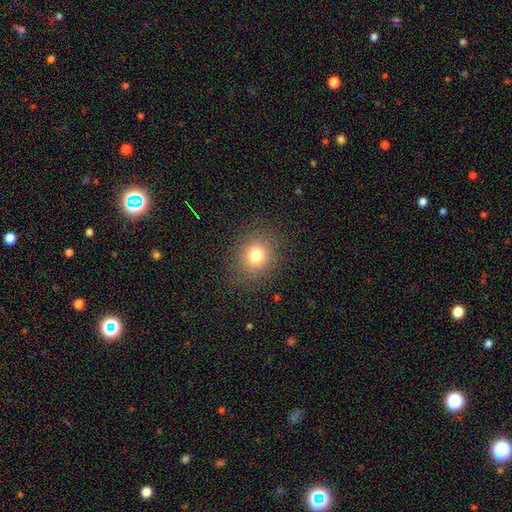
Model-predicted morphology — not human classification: Smooth or featured? Predicted: smooth (p=0.76). How rounded? Predicted: round (p=0.77). Merging? Predicted: none (p=0.87).